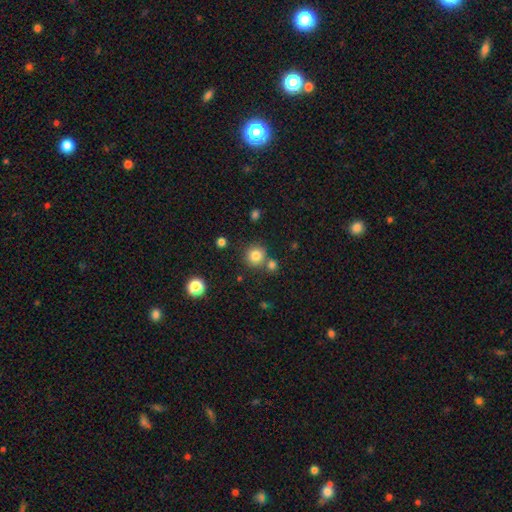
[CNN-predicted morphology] Smooth or featured?
  - smooth: 82% *
  - star or artifact: 12%
  - featured or disk: 6%
How rounded?
  - round: 92% *
  - in between: 7%
  - cigar-shaped: 1%
Merging?
  - none: 74% *
  - merger: 15%
  - minor disturbance: 8%
  - major disturbance: 3%